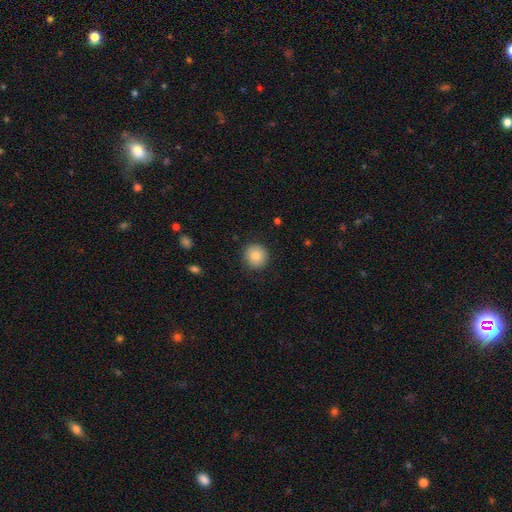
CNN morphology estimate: smooth-or-featured: smooth: 87% | star or artifact: 8% | featured or disk: 5%
  how-rounded: round: 90% | in between: 9% | cigar-shaped: 1%
  merging: none: 87% | minor disturbance: 9% | major disturbance: 3% | merger: 1%